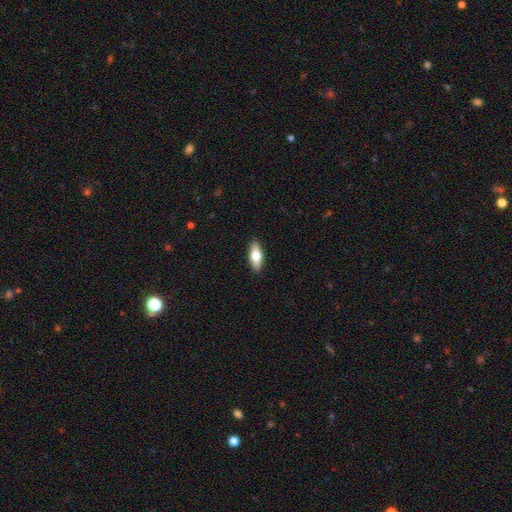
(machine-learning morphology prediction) The model was most divided on "smooth or featured": smooth: 67%, featured or disk: 27%, star or artifact: 6%. More confident: merging — none (90%); how rounded — in between (72%).